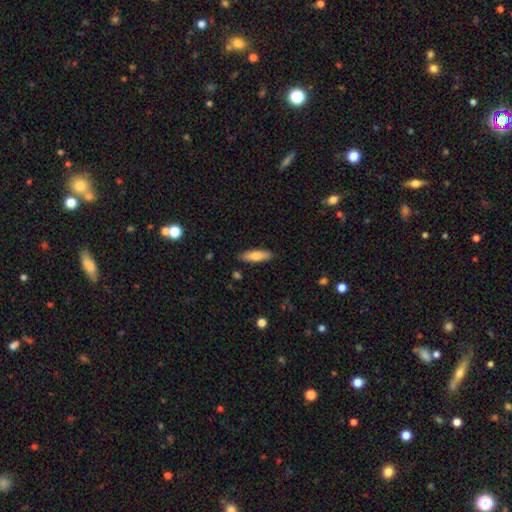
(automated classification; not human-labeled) This is likely a smooth galaxy (78%). How rounded: possibly cigar-shaped (58%). Merging: clearly none (87%).